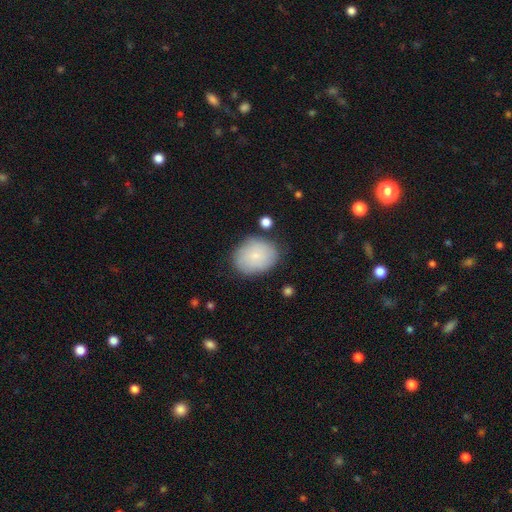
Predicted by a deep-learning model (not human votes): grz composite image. It shows a smooth galaxy with no disk features (78%) that is in between round and cigar-shaped (56%). Merging: none (76%).